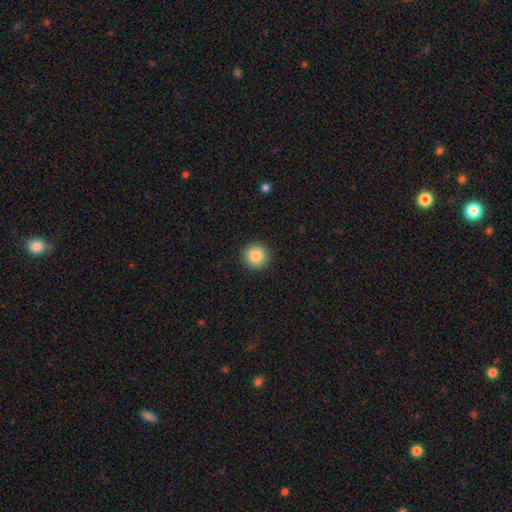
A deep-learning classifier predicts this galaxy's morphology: This appears to be a smooth galaxy with no disk features (87%) that is round (96%). Merging: none (92%).